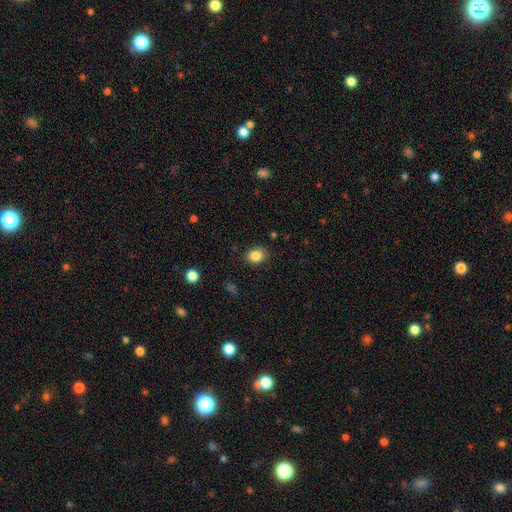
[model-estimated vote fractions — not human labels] A smooth galaxy with no disk features (85%) that is round (50%). Merging: none (85%).